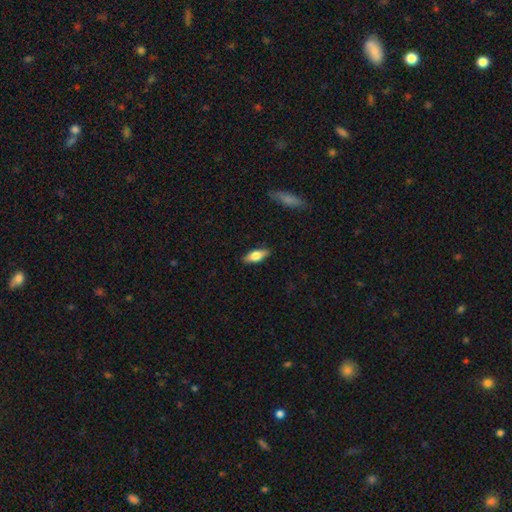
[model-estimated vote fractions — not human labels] The model was most divided on "smooth or featured": smooth: 64%, featured or disk: 29%, star or artifact: 6%. More confident: merging — none (87%); how rounded — in between (72%).